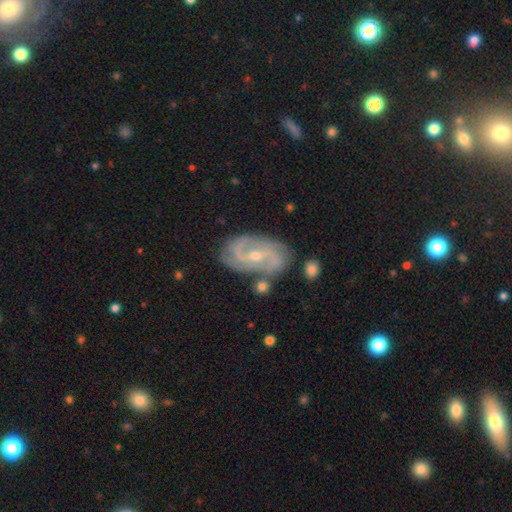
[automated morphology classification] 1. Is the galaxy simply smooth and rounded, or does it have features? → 88% featured or disk, 6% smooth, 6% star or artifact.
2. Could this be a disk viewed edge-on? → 96% no, 4% yes.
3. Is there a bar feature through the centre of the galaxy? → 43% weak, 42% no, 15% strong.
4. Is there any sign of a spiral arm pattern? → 97% yes, 3% no.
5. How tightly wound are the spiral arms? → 44% tight (tied), 44% medium (tied), 12% loose.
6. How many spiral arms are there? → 61% 2, 20% 3, 9% can't tell, 4% 4, 3% 1, 3% more than 4.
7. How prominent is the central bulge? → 54% small, 43% moderate, 1% none, 1% large, 1% dominant.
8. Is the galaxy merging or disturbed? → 74% none, 16% minor disturbance, 6% merger, 4% major disturbance.